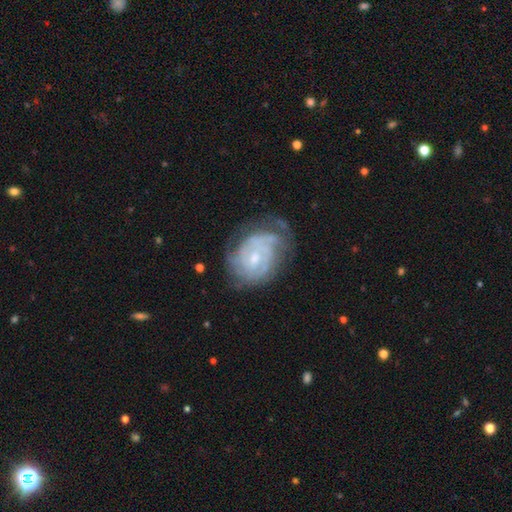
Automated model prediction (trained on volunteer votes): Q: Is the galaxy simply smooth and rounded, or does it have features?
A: featured or disk — 81%.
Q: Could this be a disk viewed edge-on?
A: no — 97%.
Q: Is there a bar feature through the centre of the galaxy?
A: no — 60%.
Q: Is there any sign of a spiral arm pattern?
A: yes — 90%.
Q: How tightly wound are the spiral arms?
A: tight — 66%.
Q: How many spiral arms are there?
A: can't tell — 47%.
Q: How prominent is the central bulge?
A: small — 56%.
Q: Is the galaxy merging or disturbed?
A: none — 54%.